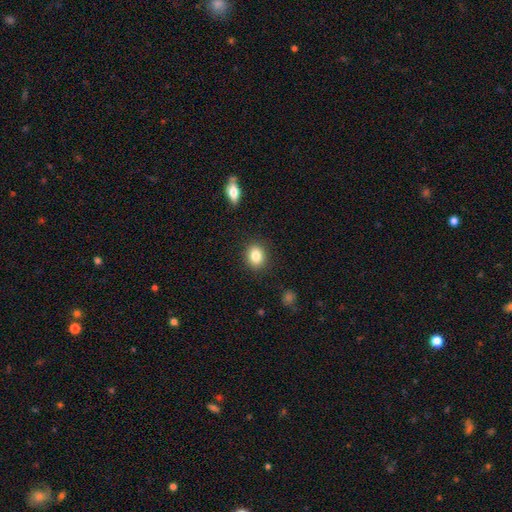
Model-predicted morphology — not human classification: Smooth or featured: smooth — 84% (star or artifact — 9%)
How rounded: round — 54% (in between — 45%)
Merging: none — 89% (minor disturbance — 8%)